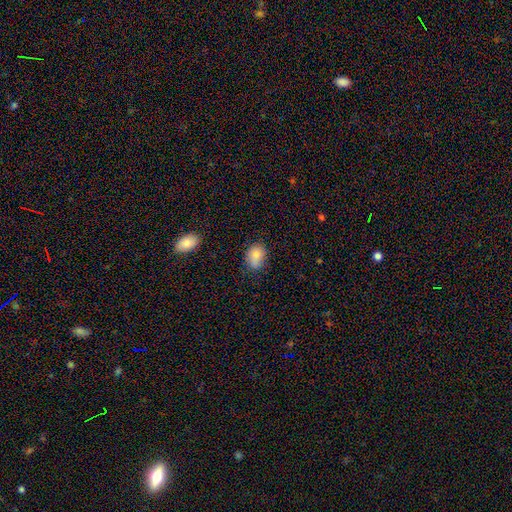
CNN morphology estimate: smooth 83%, star or artifact 9%, featured or disk 8%. Down the decision tree: how rounded — in between (73%); merging — none (66%).